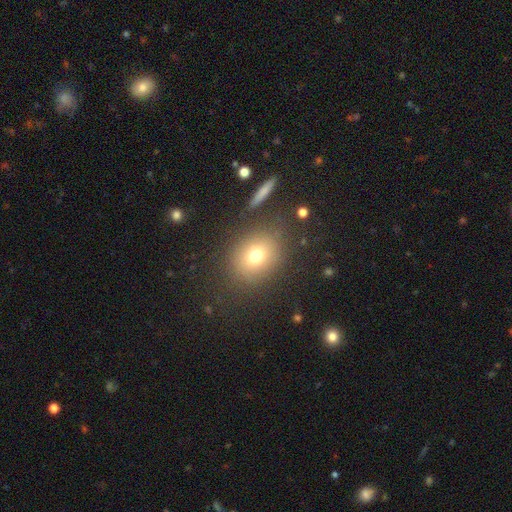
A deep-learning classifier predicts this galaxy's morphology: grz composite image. It shows a smooth galaxy with no disk features (73%) that is round (59%). Merging: none (81%).